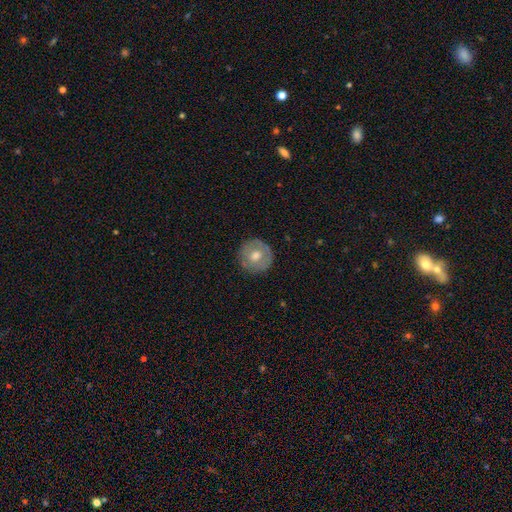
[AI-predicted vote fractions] A smooth galaxy with no disk features (57%) that is round (94%). Merging: none (87%).